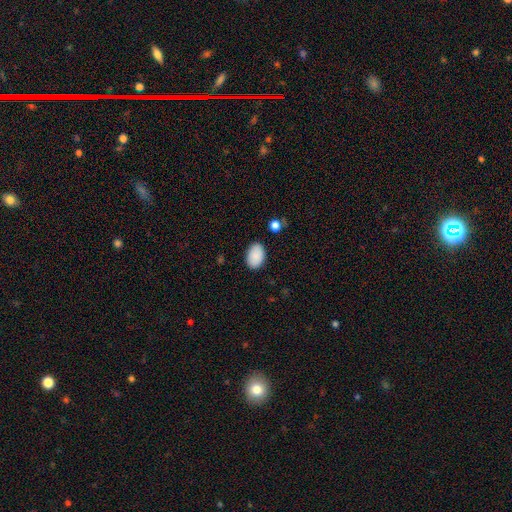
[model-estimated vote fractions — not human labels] This is clearly a smooth galaxy (89%). How rounded: clearly in between (90%). Merging: clearly none (85%).